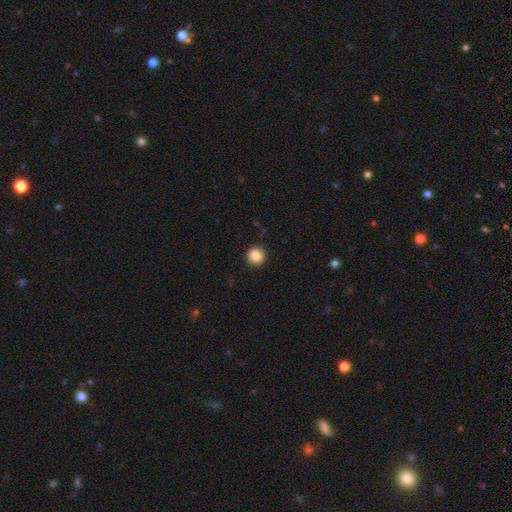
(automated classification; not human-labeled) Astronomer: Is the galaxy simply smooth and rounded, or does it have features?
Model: smooth — 86%.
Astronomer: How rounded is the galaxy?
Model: round — 96%.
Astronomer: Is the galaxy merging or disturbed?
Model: none — 93%.